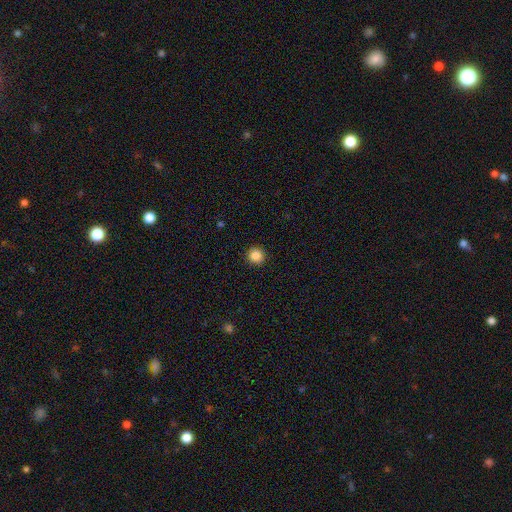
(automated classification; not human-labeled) smooth_or_featured: smooth (p=0.86) [alt: star or artifact p=0.11]
how_rounded: round (p=0.95) [alt: in between p=0.04]
merging: none (p=0.93) [alt: minor disturbance p=0.05]